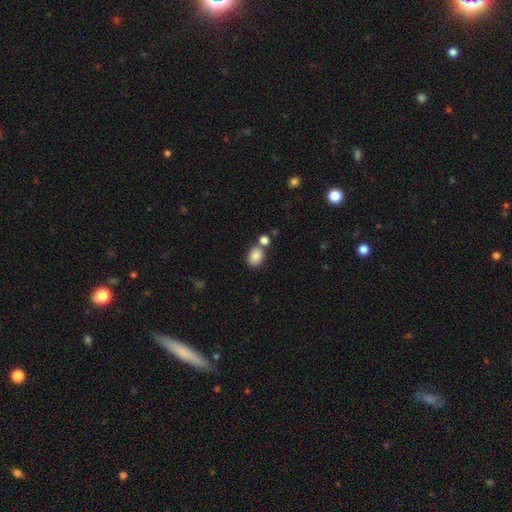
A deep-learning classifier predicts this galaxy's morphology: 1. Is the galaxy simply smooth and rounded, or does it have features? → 84% smooth, 9% star or artifact, 7% featured or disk.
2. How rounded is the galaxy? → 53% in between, 46% round, 1% cigar-shaped.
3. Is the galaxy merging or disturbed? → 62% none, 24% merger, 10% minor disturbance, 3% major disturbance.